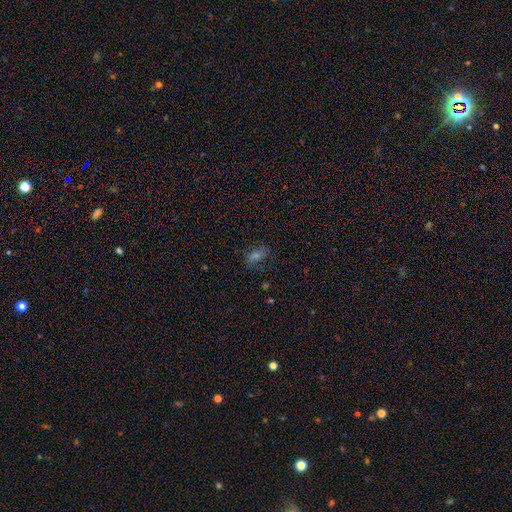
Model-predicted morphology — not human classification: Smooth or featured: smooth — 40% (featured or disk — 31%)
Merging: none — 75% (minor disturbance — 16%)